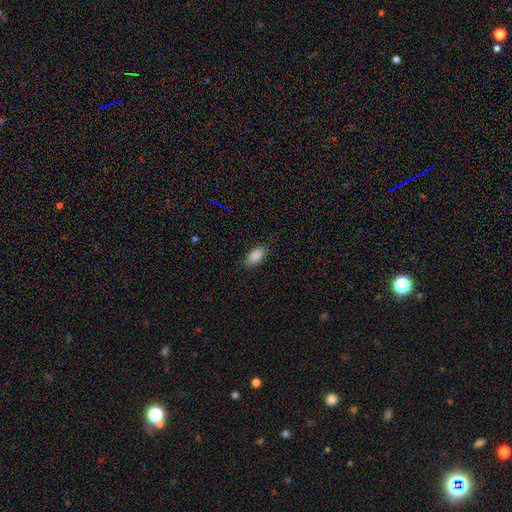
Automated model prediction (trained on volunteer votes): Smooth or featured? smooth (87%)
How rounded? in between (91%)
Merging? none (84%)